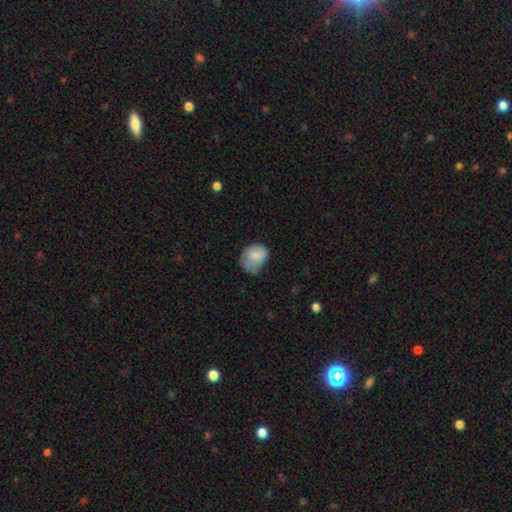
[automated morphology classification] smooth-or-featured: smooth: 77% | featured or disk: 15% | star or artifact: 8%
  how-rounded: round: 51% | in between: 48% | cigar-shaped: 1%
  merging: minor disturbance: 41% | none: 35% | major disturbance: 21% | merger: 2%